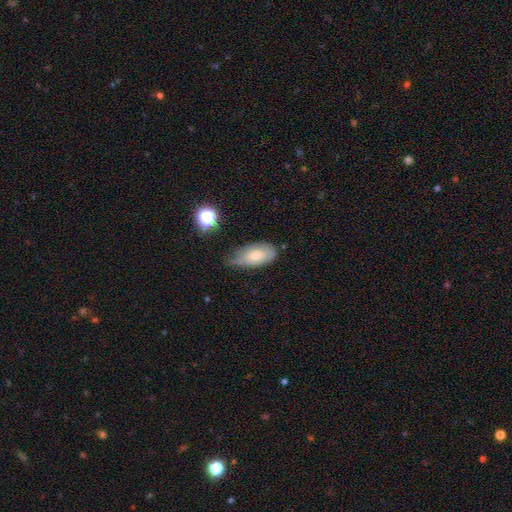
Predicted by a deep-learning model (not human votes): This is likely a smooth galaxy (67%). How rounded: clearly in between (91%). Merging: marginally none (44%).